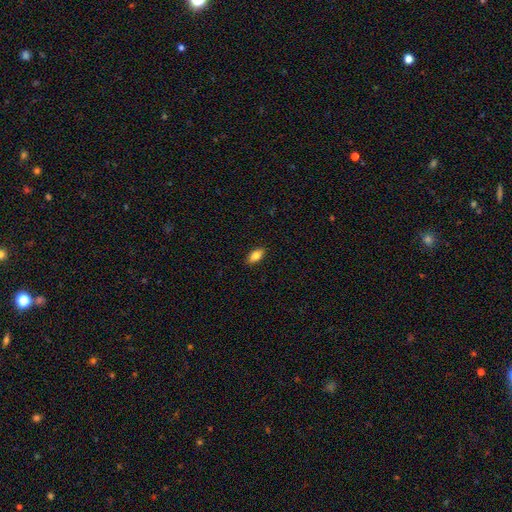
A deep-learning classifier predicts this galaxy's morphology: This is clearly a smooth galaxy (82%). How rounded: clearly in between (89%). Merging: clearly none (89%).